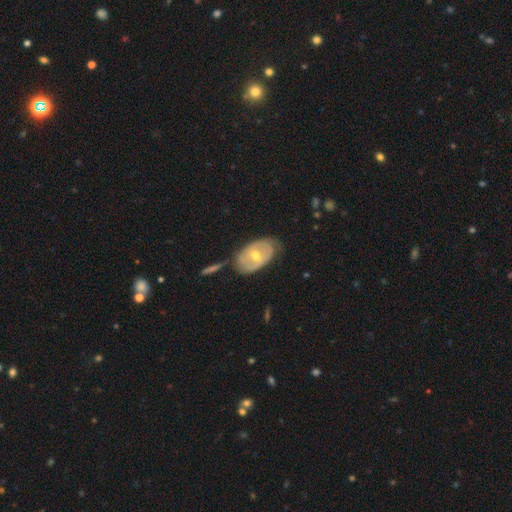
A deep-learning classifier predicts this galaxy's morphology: This is likely a featured or disk galaxy (62%). It is clearly not viewed edge-on (92%). Bar: possibly no (47%). Spiral arm pattern: possibly no (52%). Central bulge: likely moderate (64%). Merging: likely none (65%).